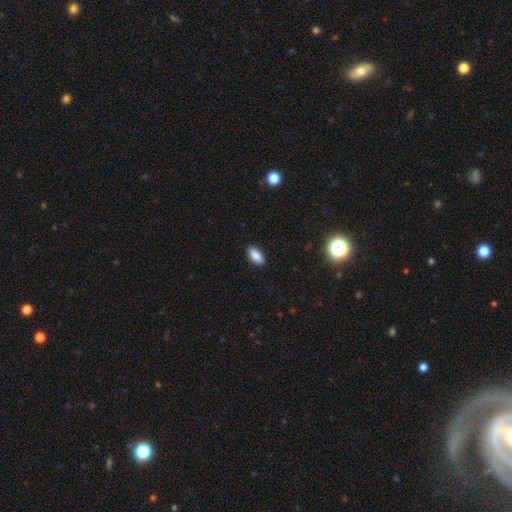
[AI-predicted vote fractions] This is clearly a smooth galaxy (87%). How rounded: clearly in between (86%). Merging: clearly none (89%).